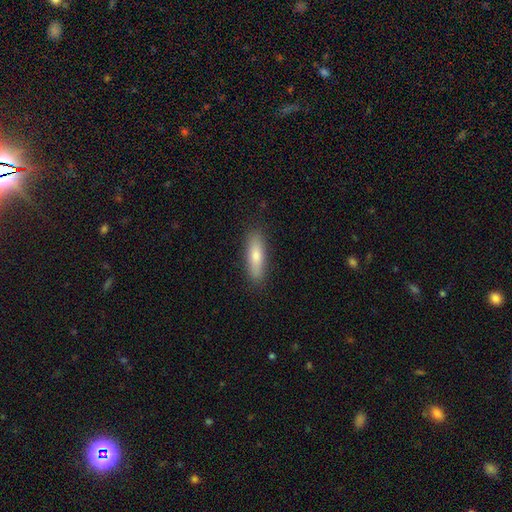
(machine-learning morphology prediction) smooth-or-featured: smooth: 69% | featured or disk: 22% | star or artifact: 9%
  how-rounded: cigar-shaped: 63% | in between: 35% | round: 2%
  merging: none: 87% | minor disturbance: 10% | major disturbance: 2% | merger: 1%